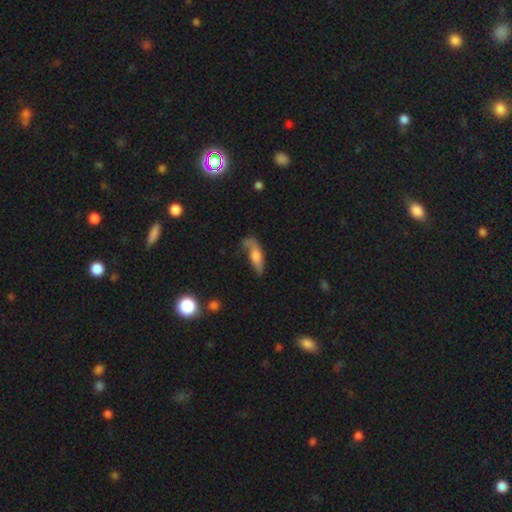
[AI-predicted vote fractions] Q: Smooth or featured?
A: smooth (52%); runner-up: featured or disk (39%)
Q: How rounded?
A: in between (50%); runner-up: cigar-shaped (46%)
Q: Merging?
A: none (43%); runner-up: minor disturbance (29%)